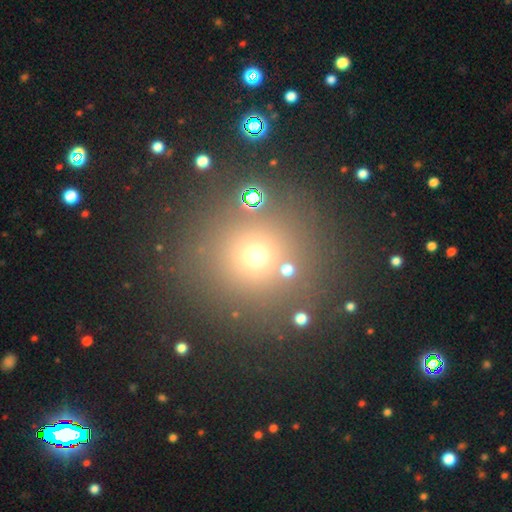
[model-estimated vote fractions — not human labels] Smooth or featured: smooth — 59% (star or artifact — 33%)
How rounded: round — 93% (in between — 6%)
Merging: none — 83% (minor disturbance — 7%)